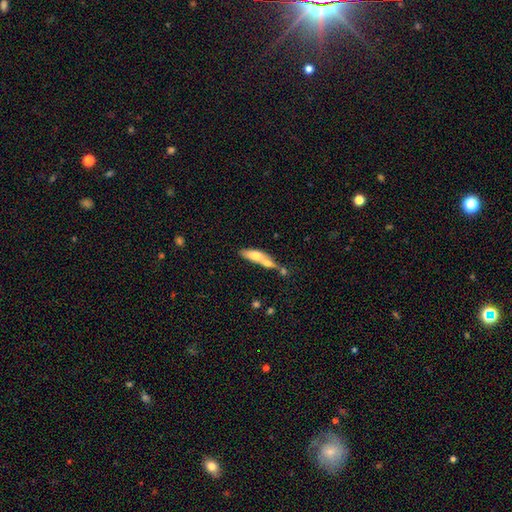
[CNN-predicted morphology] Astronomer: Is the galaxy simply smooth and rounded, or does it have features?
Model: smooth — 62%.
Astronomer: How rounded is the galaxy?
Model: cigar-shaped — 52% (runner-up: in between, 44%).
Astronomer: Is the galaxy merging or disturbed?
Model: merger — 53%.